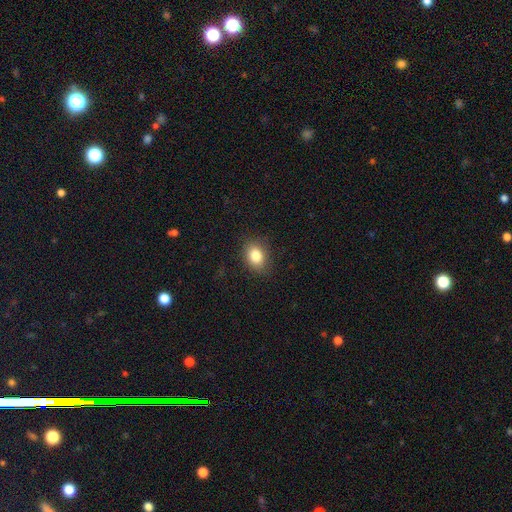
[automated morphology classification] smooth-or-featured: smooth: 83% | star or artifact: 10% | featured or disk: 7%
  how-rounded: in between: 65% | round: 34% | cigar-shaped: 1%
  merging: none: 84% | minor disturbance: 12% | major disturbance: 3% | merger: 1%